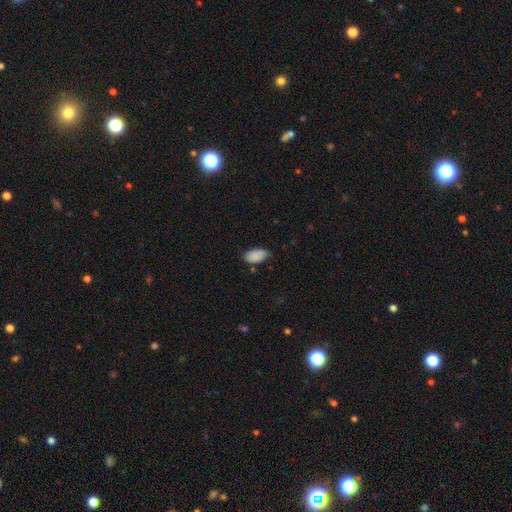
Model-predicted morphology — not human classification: Smooth or featured? Predicted: smooth (p=0.86). How rounded? Predicted: in between (p=0.94). Merging? Predicted: none (p=0.69).